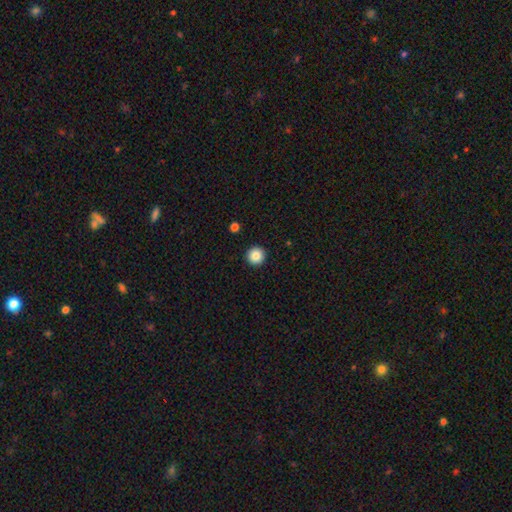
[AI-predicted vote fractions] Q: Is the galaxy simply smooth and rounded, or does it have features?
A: smooth — 86%.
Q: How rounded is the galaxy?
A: round — 97%.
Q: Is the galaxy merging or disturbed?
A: none — 94%.